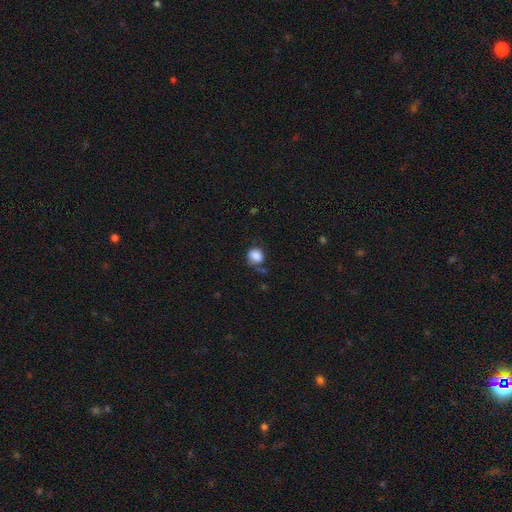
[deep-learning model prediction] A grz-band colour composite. It shows a smooth galaxy with no disk features (83%) that is round (61%). Merging: none (52%).